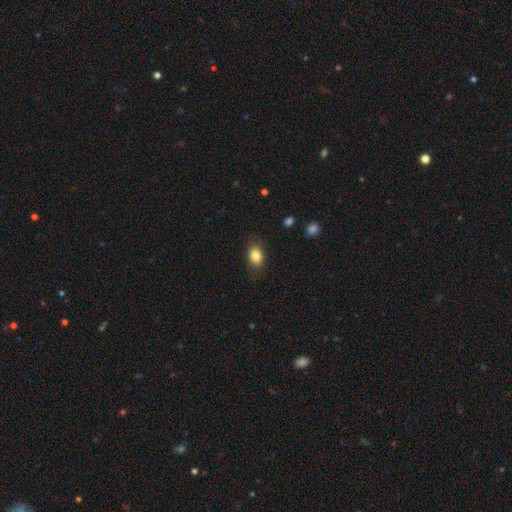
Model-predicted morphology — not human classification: Smooth or featured: smooth — 85% (star or artifact — 8%)
How rounded: in between — 74% (round — 24%)
Merging: none — 80% (minor disturbance — 15%)